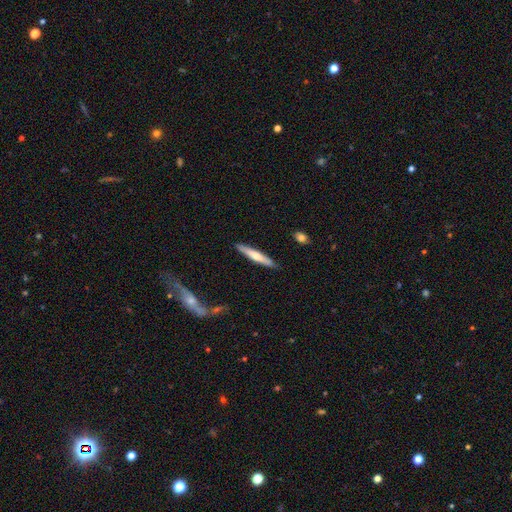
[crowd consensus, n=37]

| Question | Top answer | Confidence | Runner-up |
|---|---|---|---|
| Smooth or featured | smooth | 57% | featured or disk (35%) |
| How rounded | cigar-shaped | 90% | in between (10%) |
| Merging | none | 91% | minor disturbance (9%) |